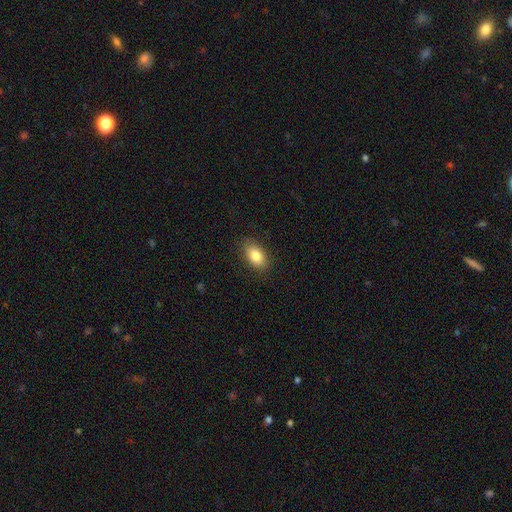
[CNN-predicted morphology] Smooth or featured?
  - smooth: 84% *
  - featured or disk: 9%
  - star or artifact: 8%
How rounded?
  - in between: 90% *
  - round: 8%
  - cigar-shaped: 2%
Merging?
  - none: 86% *
  - minor disturbance: 10%
  - major disturbance: 3%
  - merger: 1%